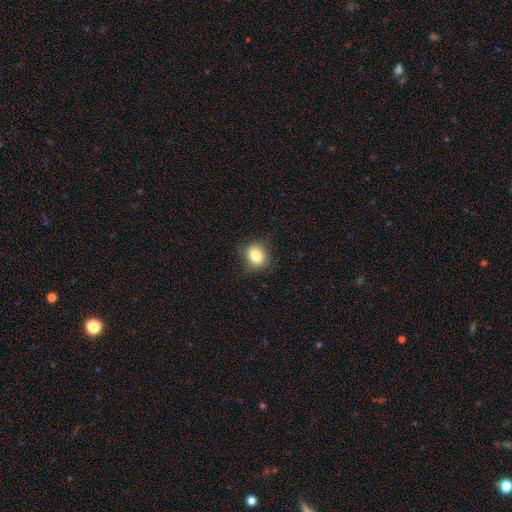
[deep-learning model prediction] The model was most divided on "how rounded": round: 68%, in between: 31%, cigar-shaped: 1%. More confident: merging — none (84%); smooth or featured — smooth (83%).